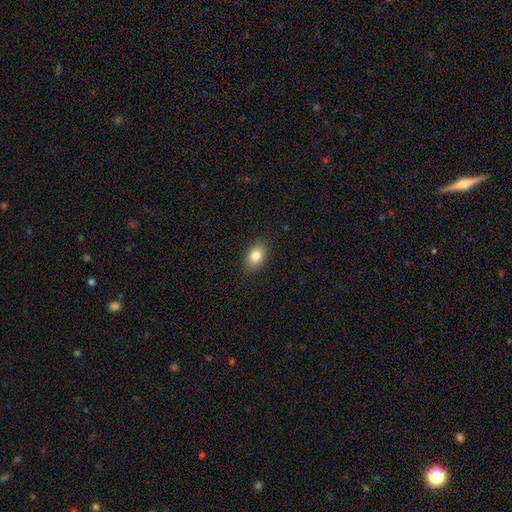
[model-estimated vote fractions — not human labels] This is clearly a smooth galaxy (82%). How rounded: clearly in between (84%). Merging: clearly none (87%).